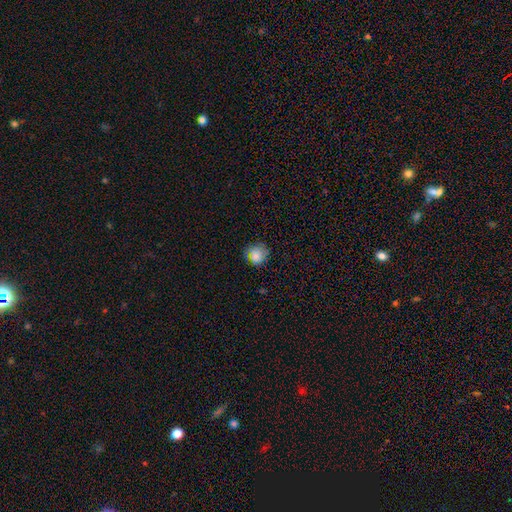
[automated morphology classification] The model was most divided on "merging": none: 75%, minor disturbance: 19%, major disturbance: 5%, merger: 1%. More confident: how rounded — round (83%); smooth or featured — smooth (78%).